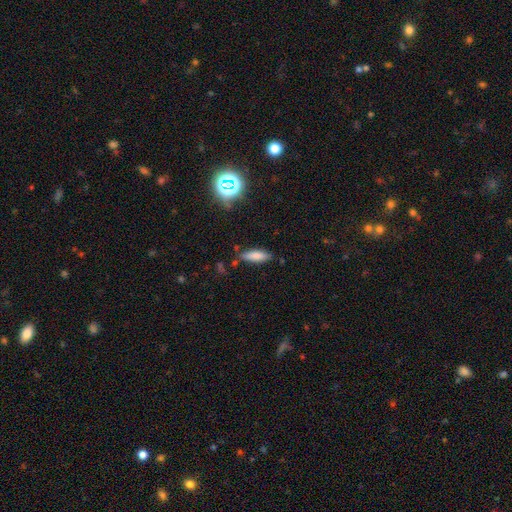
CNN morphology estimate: This is likely a smooth galaxy (78%). How rounded: possibly in between (51%). Merging: likely none (77%).